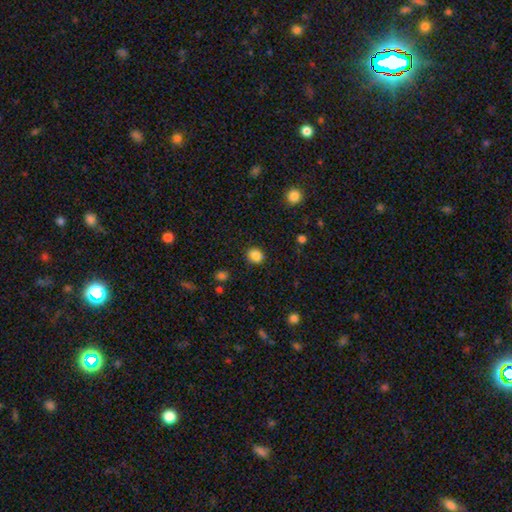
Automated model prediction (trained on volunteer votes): Smooth or featured? smooth (84%)
How rounded? round (65%)
Merging? none (83%)